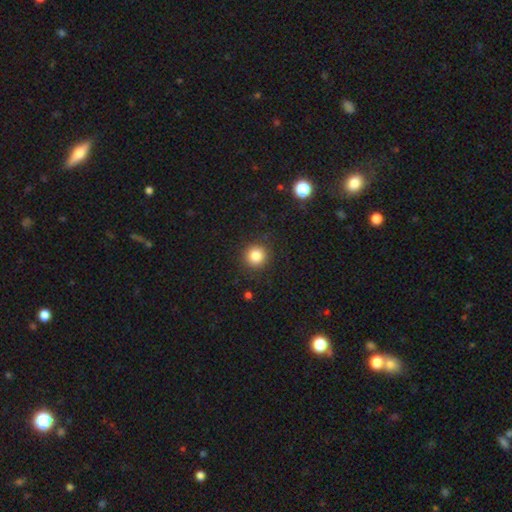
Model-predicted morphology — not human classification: smooth 84%, star or artifact 11%, featured or disk 5%. Down the decision tree: how rounded — round (93%); merging — none (89%).